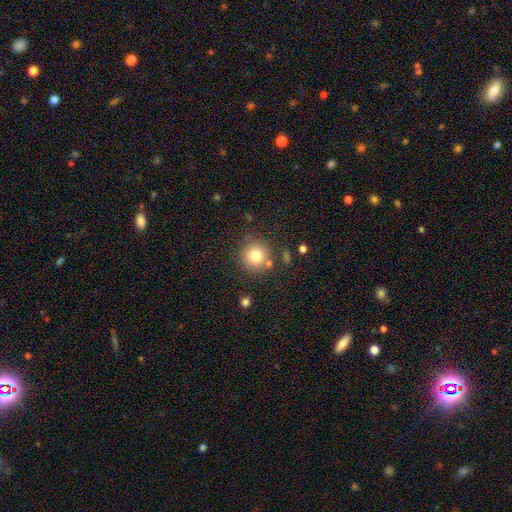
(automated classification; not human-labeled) Overall: smooth (79%). How rounded: round (93%). Merging: none (80%).